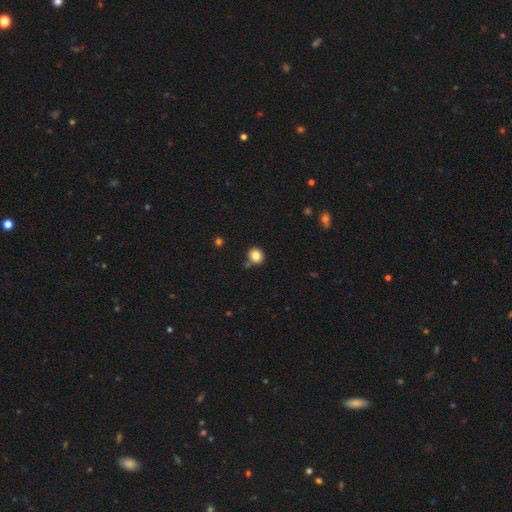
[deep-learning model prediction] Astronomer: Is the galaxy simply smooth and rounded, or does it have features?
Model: smooth — 83%.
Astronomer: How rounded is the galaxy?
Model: round — 83%.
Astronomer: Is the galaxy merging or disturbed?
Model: none — 78%.